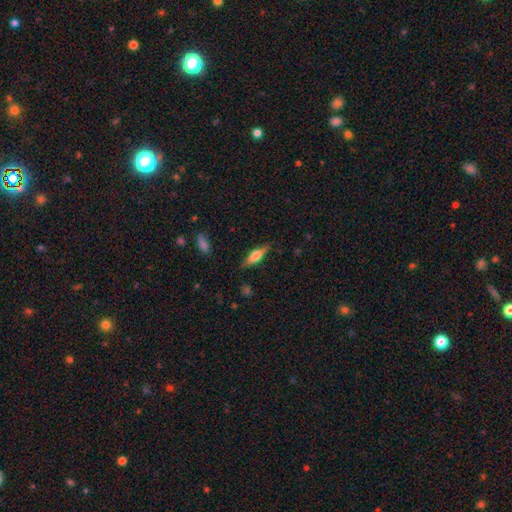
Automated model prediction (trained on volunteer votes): The model was most divided on "smooth or featured": smooth: 52%, featured or disk: 42%, star or artifact: 6%. More confident: merging — none (83%); how rounded — cigar-shaped (56%).